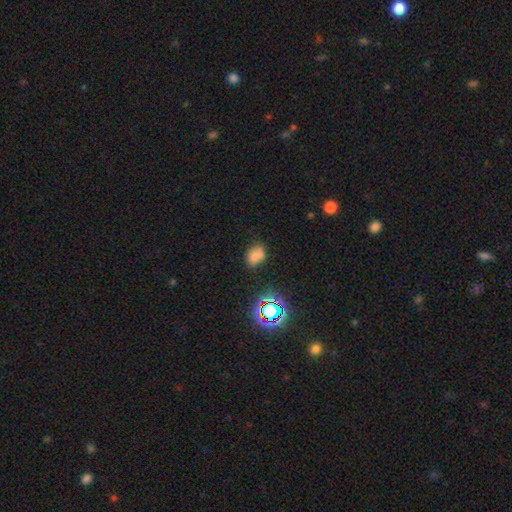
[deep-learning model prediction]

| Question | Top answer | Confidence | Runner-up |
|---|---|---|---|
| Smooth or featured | smooth | 70% | star or artifact (20%) |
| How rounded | in between | 71% | round (28%) |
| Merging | none | 68% | minor disturbance (20%) |